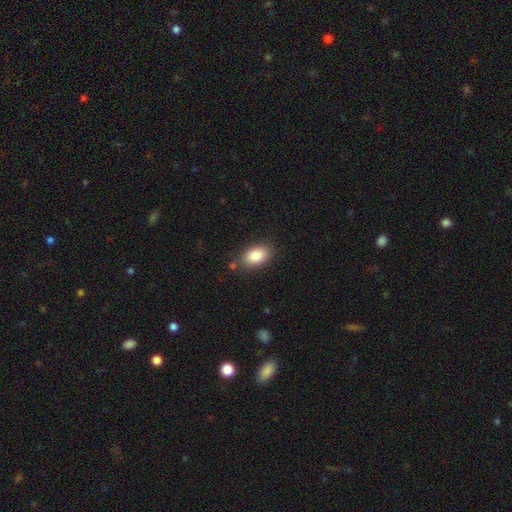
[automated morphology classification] A smooth galaxy with no disk features (86%) that is in between round and cigar-shaped (90%).

Vote fractions:
- Smooth or featured? smooth: 86% / star or artifact: 7% / featured or disk: 6%
- How rounded? in between: 90% / round: 9% / cigar-shaped: 2%
- Merging? none: 81% / minor disturbance: 13% / major disturbance: 3% / merger: 3%